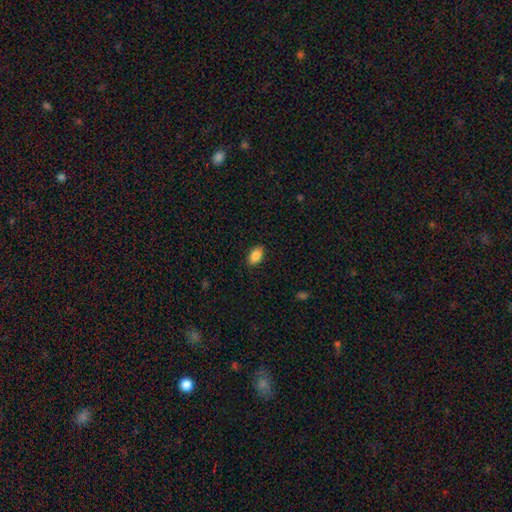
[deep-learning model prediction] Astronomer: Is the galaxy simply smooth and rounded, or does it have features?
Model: smooth — 86%.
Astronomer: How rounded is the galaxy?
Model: in between — 89%.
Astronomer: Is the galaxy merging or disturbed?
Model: none — 88%.